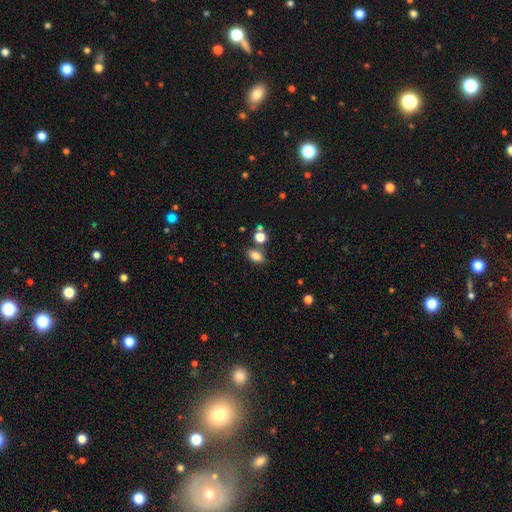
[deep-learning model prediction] Smooth or featured: smooth — 82% (star or artifact — 11%)
How rounded: in between — 85% (round — 13%)
Merging: none — 75% (minor disturbance — 12%)